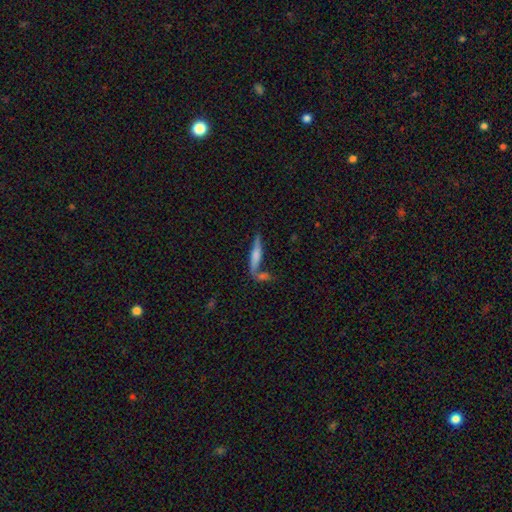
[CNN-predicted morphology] A smooth galaxy with no disk features (46%, tied with featured or disk). Merging: none (56%).